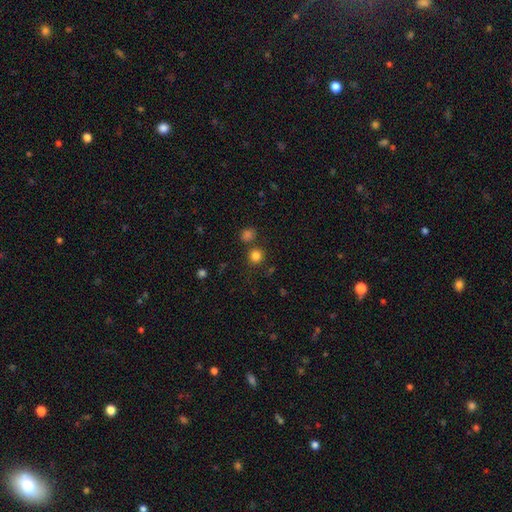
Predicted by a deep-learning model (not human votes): Smooth or featured? smooth (81%)
How rounded? round (93%)
Merging? none (78%)